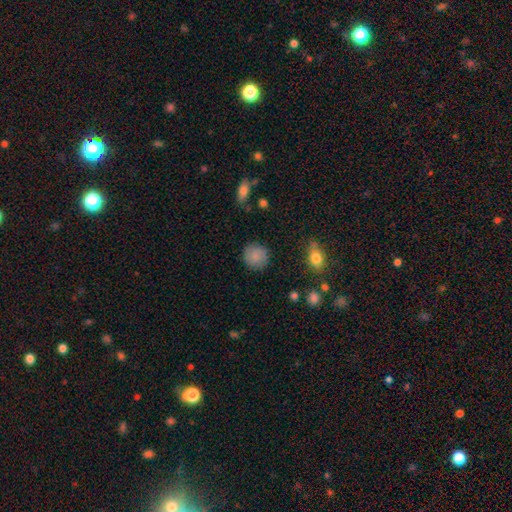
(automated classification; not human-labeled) smooth_or_featured: smooth (p=0.85) [alt: star or artifact p=0.07]
how_rounded: round (p=0.89) [alt: in between p=0.10]
merging: none (p=0.87) [alt: minor disturbance p=0.09]